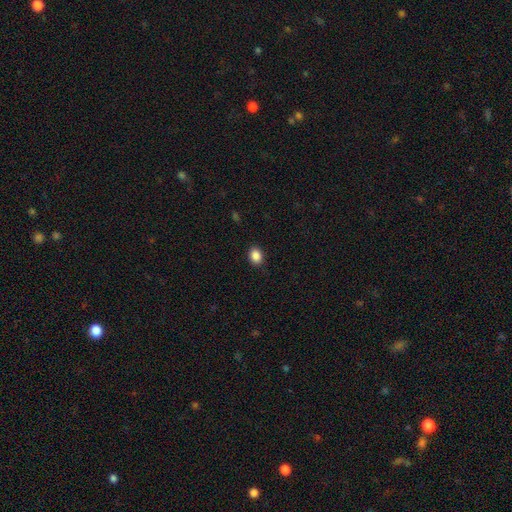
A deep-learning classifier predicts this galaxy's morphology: Smooth or featured?
  - smooth: 88% *
  - star or artifact: 9%
  - featured or disk: 3%
How rounded?
  - in between: 57% *
  - round: 42%
  - cigar-shaped: 1%
Merging?
  - none: 89% *
  - minor disturbance: 7%
  - major disturbance: 2%
  - merger: 1%